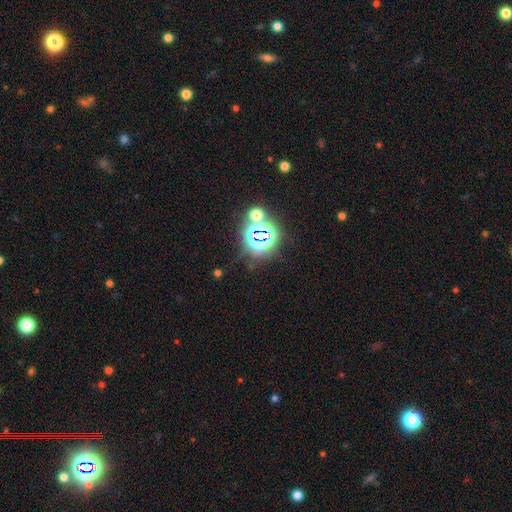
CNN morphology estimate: Smooth or featured? Predicted: star or artifact (p=0.79).